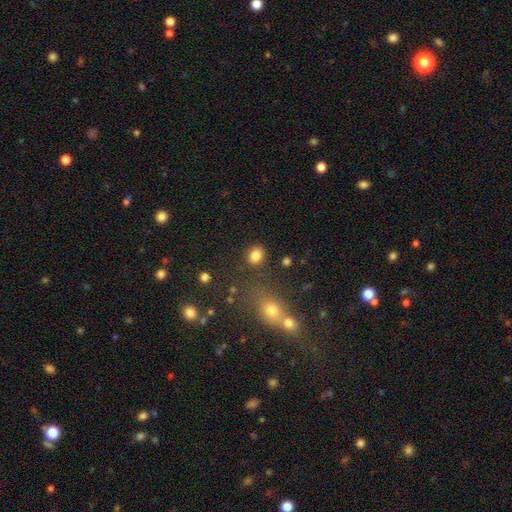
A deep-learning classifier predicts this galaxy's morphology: smooth 84%, star or artifact 11%, featured or disk 6%. Down the decision tree: how rounded — in between (57%); merging — none (80%).